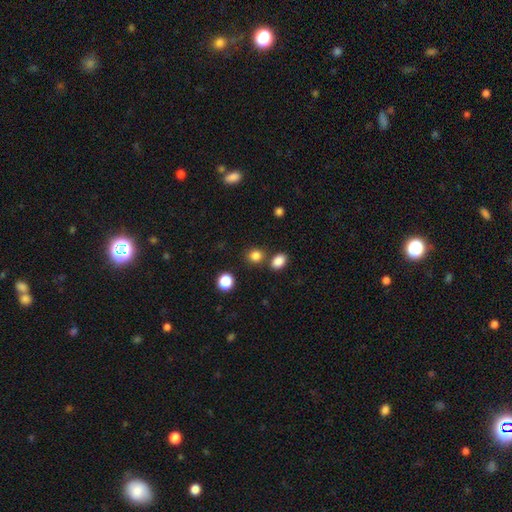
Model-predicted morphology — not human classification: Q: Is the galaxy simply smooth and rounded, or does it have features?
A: smooth — 83%.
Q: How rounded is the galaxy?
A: round — 75%.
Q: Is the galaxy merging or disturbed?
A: none — 74%.